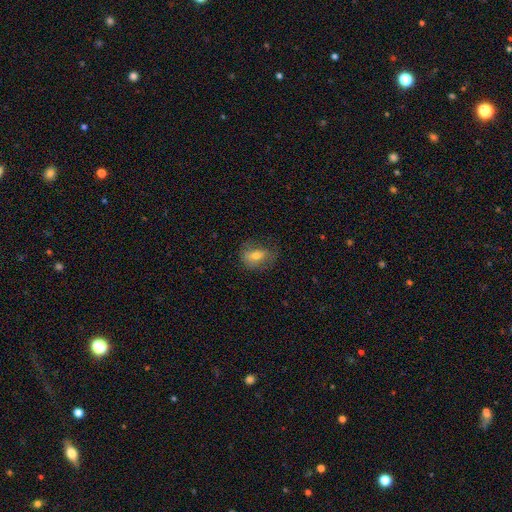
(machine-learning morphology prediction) Smooth or featured?
  - smooth: 64% *
  - featured or disk: 27%
  - star or artifact: 9%
How rounded?
  - in between: 67% *
  - round: 29%
  - cigar-shaped: 3%
Merging?
  - none: 67% *
  - minor disturbance: 22%
  - major disturbance: 10%
  - merger: 1%